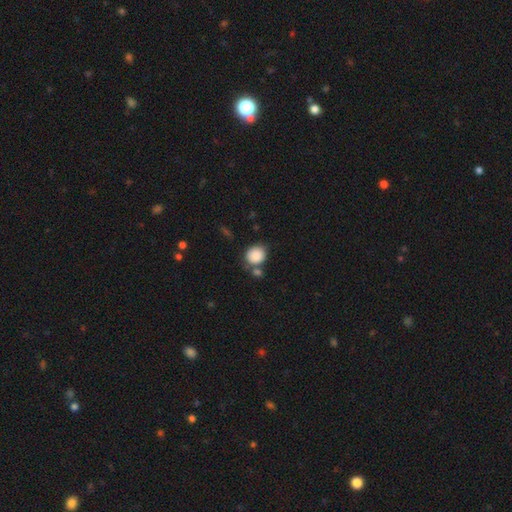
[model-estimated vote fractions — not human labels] Morphology: type=smooth (87%); roundness=round (77%); merging=none (60%).